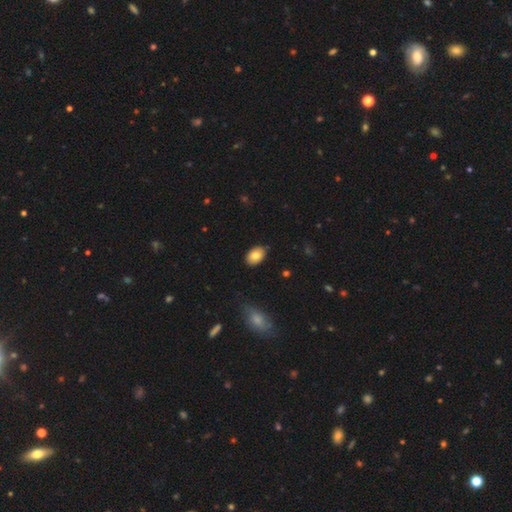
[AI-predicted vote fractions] Smooth or featured?
  - smooth: 83% *
  - featured or disk: 9%
  - star or artifact: 8%
How rounded?
  - in between: 87% *
  - round: 12%
  - cigar-shaped: 1%
Merging?
  - none: 82% *
  - minor disturbance: 14%
  - major disturbance: 2%
  - merger: 1%